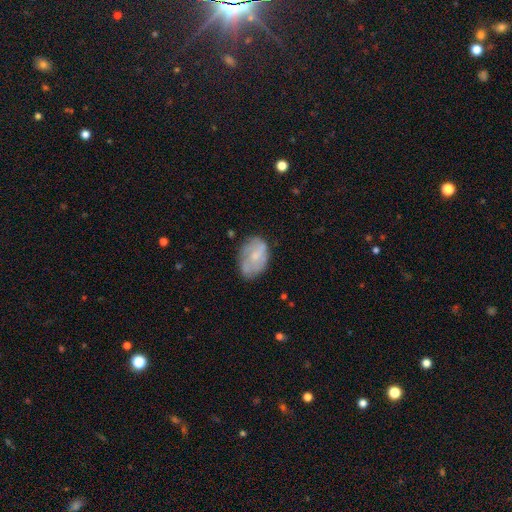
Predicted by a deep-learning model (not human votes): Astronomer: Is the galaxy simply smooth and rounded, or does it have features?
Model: smooth — 52% (runner-up: featured or disk, 41%).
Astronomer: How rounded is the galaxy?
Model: in between — 84%.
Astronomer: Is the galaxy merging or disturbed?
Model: none — 61%.